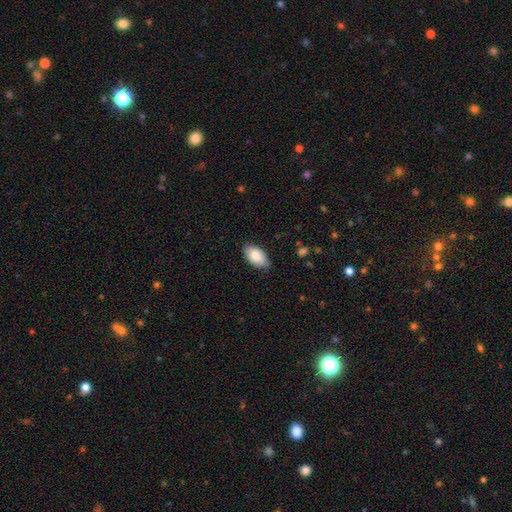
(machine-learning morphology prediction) This appears to be a smooth galaxy with no disk features (87%) that is in between round and cigar-shaped (95%). Merging: none (82%).